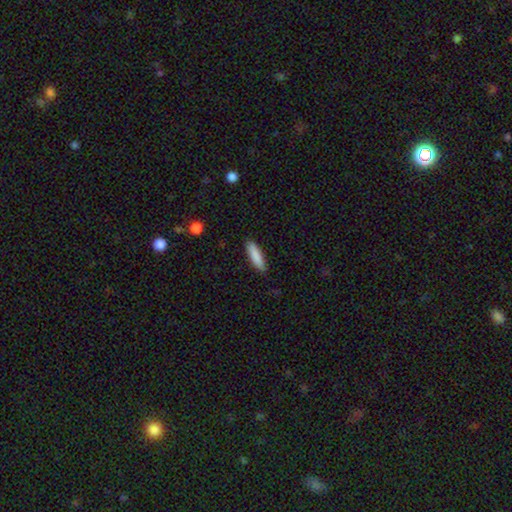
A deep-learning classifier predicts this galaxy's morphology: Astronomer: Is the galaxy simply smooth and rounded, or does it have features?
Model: smooth — 87%.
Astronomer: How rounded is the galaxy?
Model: cigar-shaped — 72%.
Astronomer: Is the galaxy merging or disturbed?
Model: none — 88%.